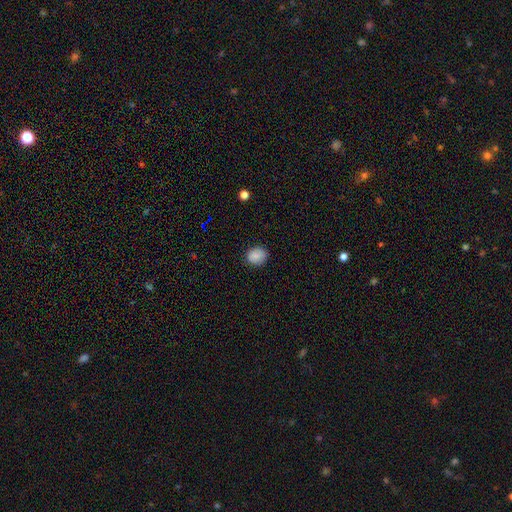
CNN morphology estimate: Smooth or featured? Predicted: smooth (p=0.84). How rounded? Predicted: round (p=0.64). Merging? Predicted: none (p=0.84).